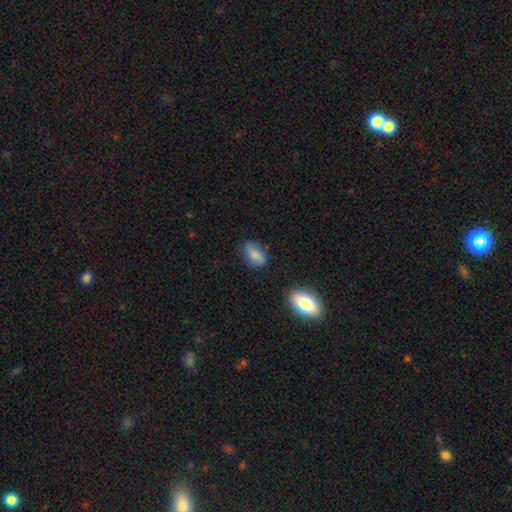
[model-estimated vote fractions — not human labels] smooth_or_featured: smooth (p=0.80) [alt: featured or disk p=0.11]
how_rounded: in between (p=0.88) [alt: cigar-shaped p=0.06]
merging: none (p=0.67) [alt: minor disturbance p=0.24]